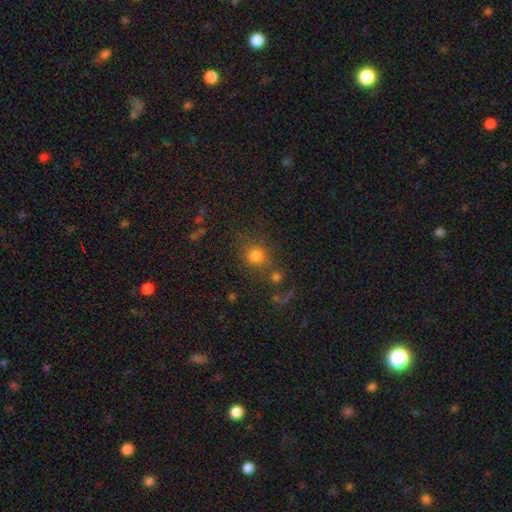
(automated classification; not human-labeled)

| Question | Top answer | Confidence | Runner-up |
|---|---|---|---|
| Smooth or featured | smooth | 76% | star or artifact (16%) |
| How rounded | round | 84% | in between (15%) |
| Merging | none | 63% | merger (16%) |